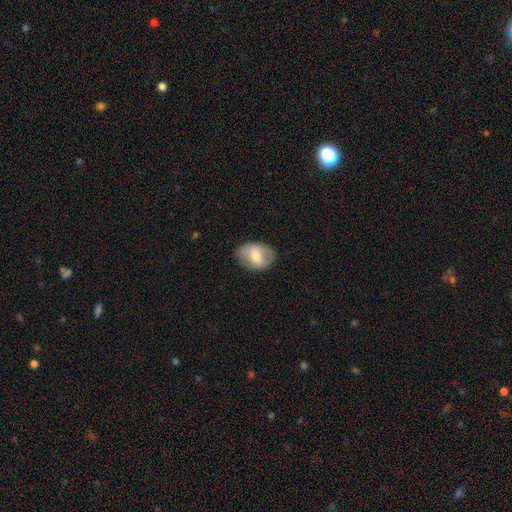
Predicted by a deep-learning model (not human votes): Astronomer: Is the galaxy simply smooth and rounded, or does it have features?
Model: smooth — 56% (runner-up: featured or disk, 37%).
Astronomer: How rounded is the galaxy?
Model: in between — 76%.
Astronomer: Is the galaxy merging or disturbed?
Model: none — 76%.